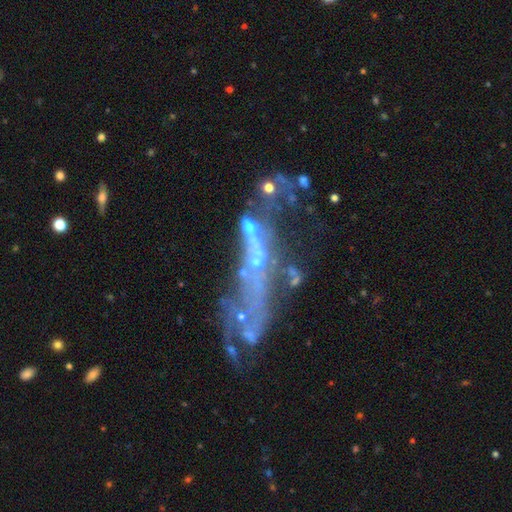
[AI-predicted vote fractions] featured or disk 63%, star or artifact 22%, smooth 15%. Down the decision tree: edge-on disk — no (79%); bar — no (82%); spiral arms — no (83%); bulge size — none (62%); merging — major disturbance (33%).